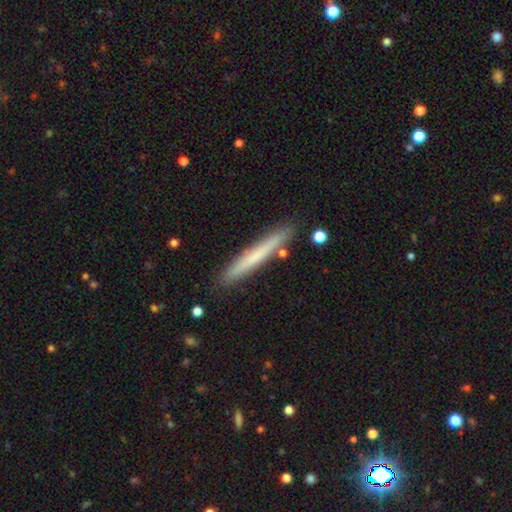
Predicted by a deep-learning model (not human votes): A smooth galaxy with no disk features (60%) that is cigar-shaped (96%). Merging: none (88%).